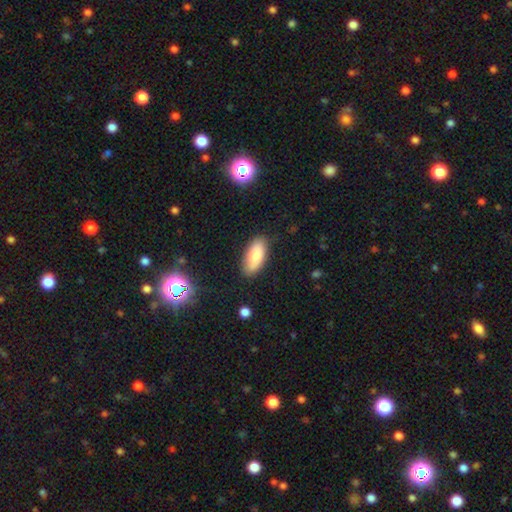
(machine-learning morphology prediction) Smooth or featured?
  - smooth: 82% *
  - featured or disk: 11%
  - star or artifact: 7%
How rounded?
  - in between: 87% *
  - cigar-shaped: 11%
  - round: 2%
Merging?
  - none: 79% *
  - minor disturbance: 15%
  - major disturbance: 3%
  - merger: 2%